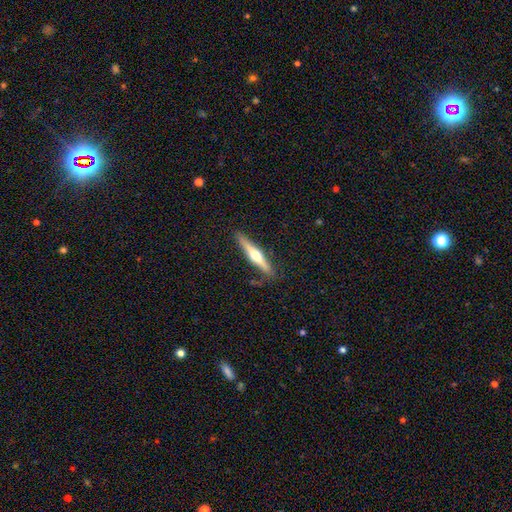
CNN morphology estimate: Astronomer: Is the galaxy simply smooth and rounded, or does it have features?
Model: featured or disk — 61%.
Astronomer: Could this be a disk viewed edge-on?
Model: yes — 96%.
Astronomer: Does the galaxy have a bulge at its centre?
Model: rounded — 92%.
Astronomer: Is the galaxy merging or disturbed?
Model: none — 85%.